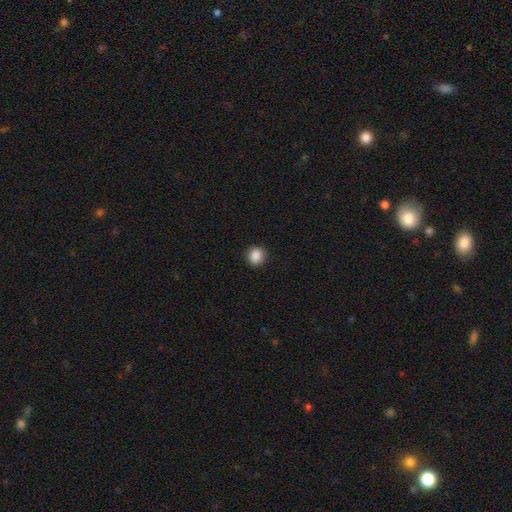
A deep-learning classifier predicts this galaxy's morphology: A smooth galaxy with no disk features (88%) that is round (82%).

Vote fractions:
- Smooth or featured? smooth: 88% / star or artifact: 9% / featured or disk: 3%
- How rounded? round: 82% / in between: 17% / cigar-shaped: 1%
- Merging? none: 90% / minor disturbance: 7% / major disturbance: 2% / merger: 1%